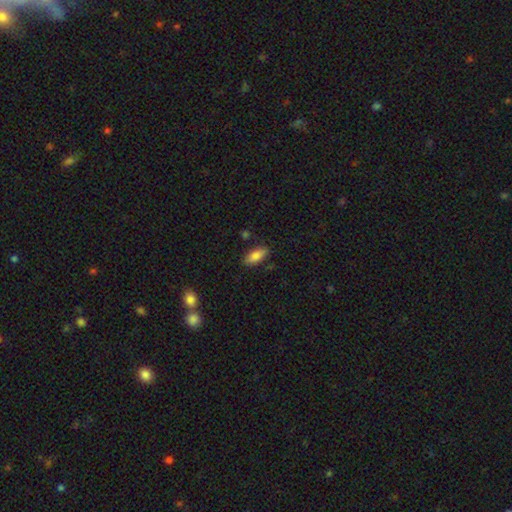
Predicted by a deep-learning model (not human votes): Q: Smooth or featured?
A: smooth (80%); runner-up: featured or disk (13%)
Q: How rounded?
A: in between (82%); runner-up: cigar-shaped (15%)
Q: Merging?
A: none (83%); runner-up: minor disturbance (12%)